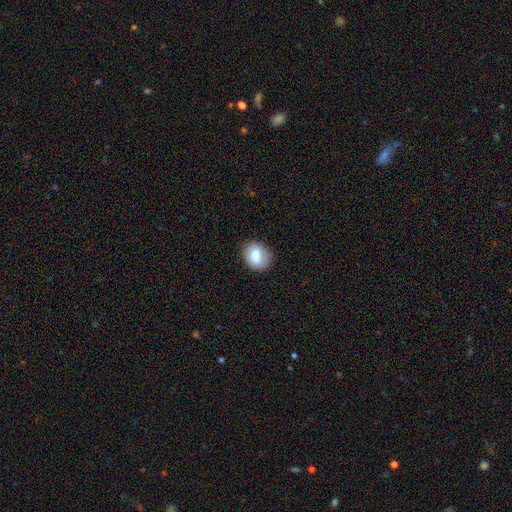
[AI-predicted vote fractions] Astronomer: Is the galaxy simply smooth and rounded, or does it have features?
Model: smooth — 74%.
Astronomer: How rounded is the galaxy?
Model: round — 51% (runner-up: in between, 48%).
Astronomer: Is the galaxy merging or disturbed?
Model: none — 81%.